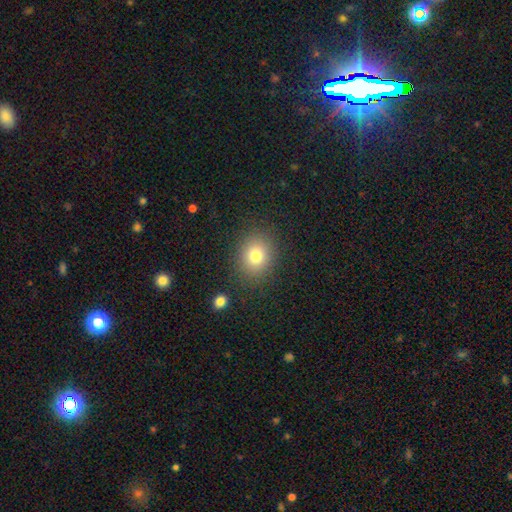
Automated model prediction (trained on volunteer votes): This appears to be a smooth galaxy with no disk features (77%) that is round (66%). Merging: none (86%).